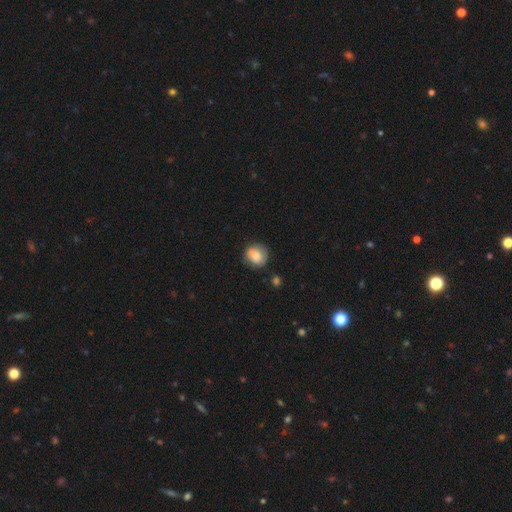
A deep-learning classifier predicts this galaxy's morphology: smooth 80%, featured or disk 12%, star or artifact 8%. Down the decision tree: how rounded — round (79%); merging — none (74%).